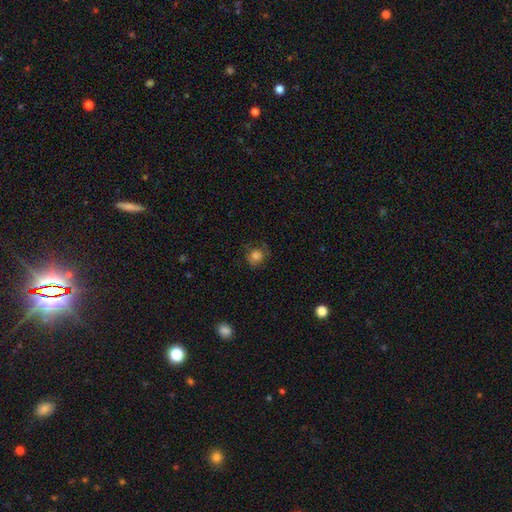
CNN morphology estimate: A smooth galaxy with no disk features (77%) that is round (80%).

Vote fractions:
- Smooth or featured? smooth: 77% / star or artifact: 12% / featured or disk: 11%
- How rounded? round: 80% / in between: 19% / cigar-shaped: 1%
- Merging? none: 67% / minor disturbance: 21% / major disturbance: 10% / merger: 1%